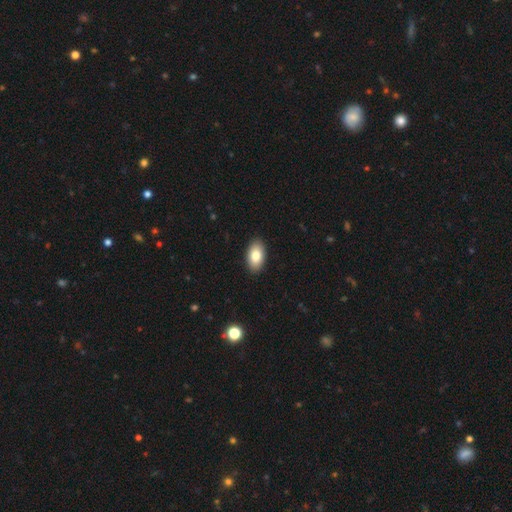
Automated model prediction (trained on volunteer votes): Smooth or featured? smooth (83%)
How rounded? in between (94%)
Merging? none (90%)